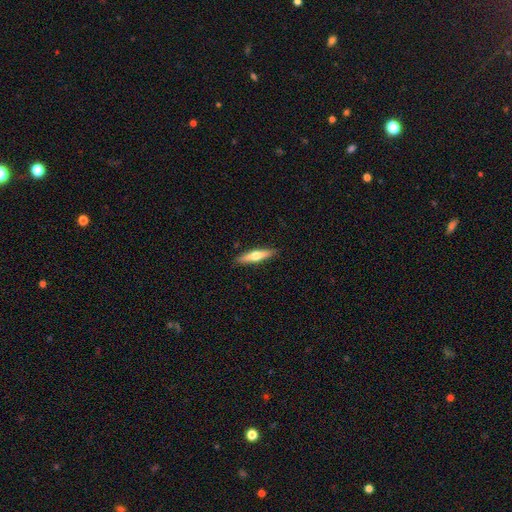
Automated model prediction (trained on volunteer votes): This appears to be a smooth galaxy with no disk features (48%). Merging: none (90%).